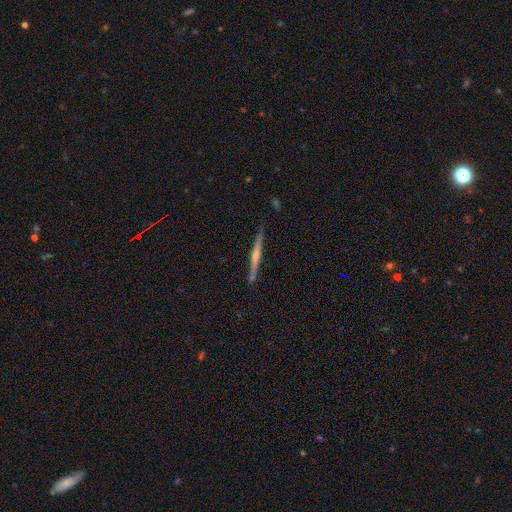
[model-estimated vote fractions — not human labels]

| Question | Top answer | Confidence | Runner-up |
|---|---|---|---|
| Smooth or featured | featured or disk | 76% | smooth (18%) |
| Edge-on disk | yes | 98% | no (2%) |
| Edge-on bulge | rounded | 70% | none (22%) |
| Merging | none | 90% | minor disturbance (7%) |